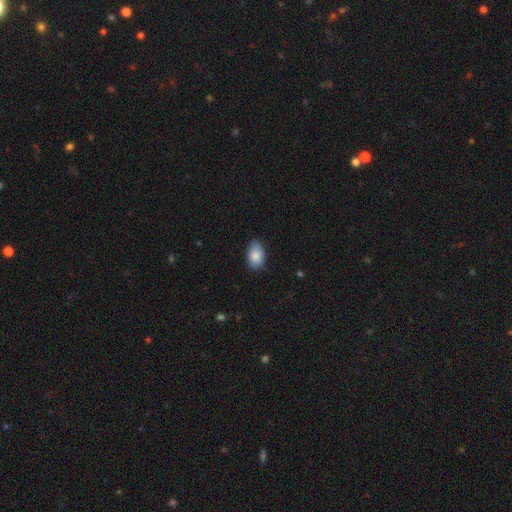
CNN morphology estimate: A smooth galaxy with no disk features (85%) that is in between round and cigar-shaped (90%).

Vote fractions:
- Smooth or featured? smooth: 85% / featured or disk: 8% / star or artifact: 7%
- How rounded? in between: 90% / round: 9% / cigar-shaped: 1%
- Merging? none: 77% / minor disturbance: 19% / major disturbance: 3% / merger: 1%